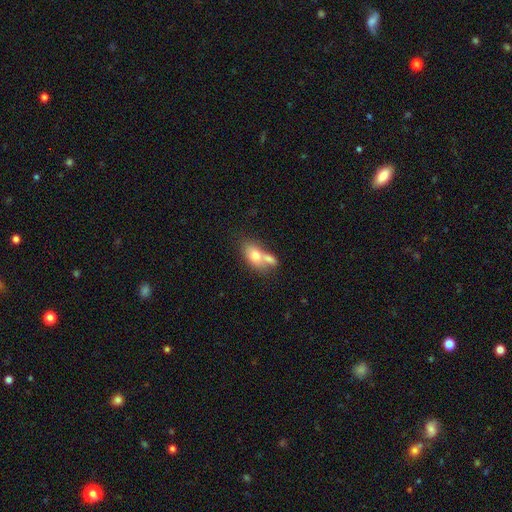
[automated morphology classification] Smooth or featured? Predicted: smooth (p=0.71). How rounded? Predicted: in between (p=0.83). Merging? Predicted: merger (p=0.55).